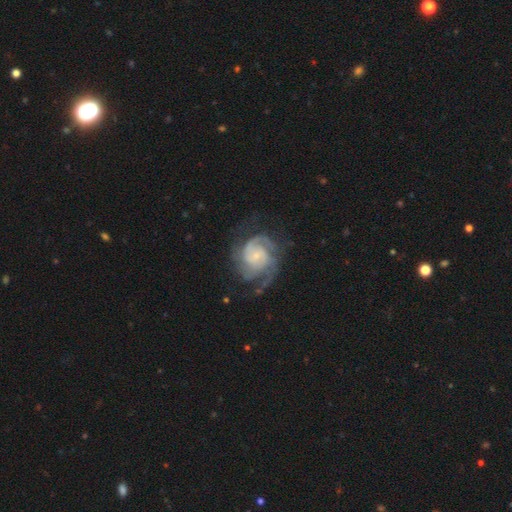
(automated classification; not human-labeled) Morphology: type=featured or disk (87%); edge-on=no (98%); bar=no (65%); spiral arms=yes (96%); winding=tight (50%); arm count=2 (36%); bulge=small (70%); merging=none (60%).